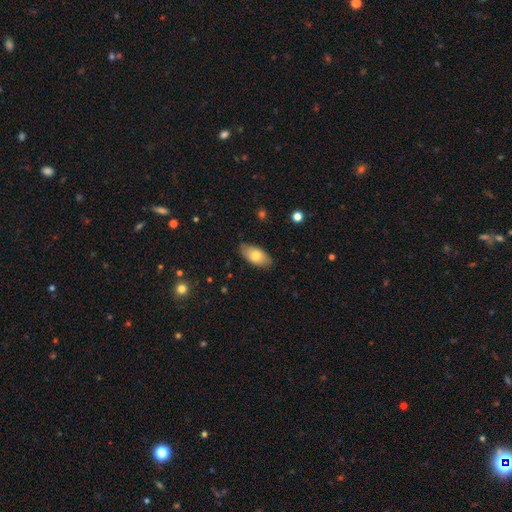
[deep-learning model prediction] Q: Smooth or featured?
A: smooth (73%); runner-up: featured or disk (20%)
Q: How rounded?
A: in between (93%); runner-up: round (3%)
Q: Merging?
A: none (79%); runner-up: minor disturbance (18%)